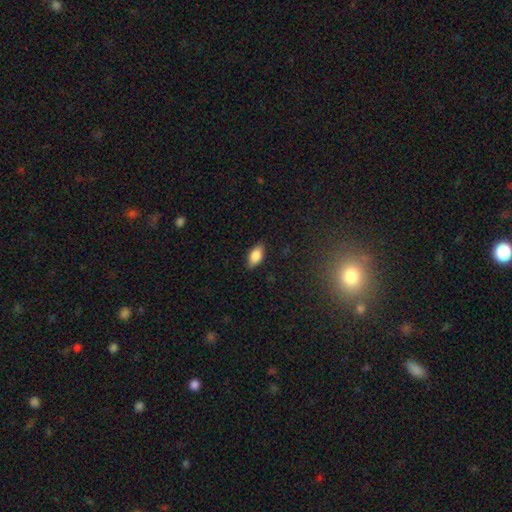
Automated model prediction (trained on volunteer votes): A smooth galaxy with no disk features (83%) that is in between round and cigar-shaped (89%). Merging: none (85%).